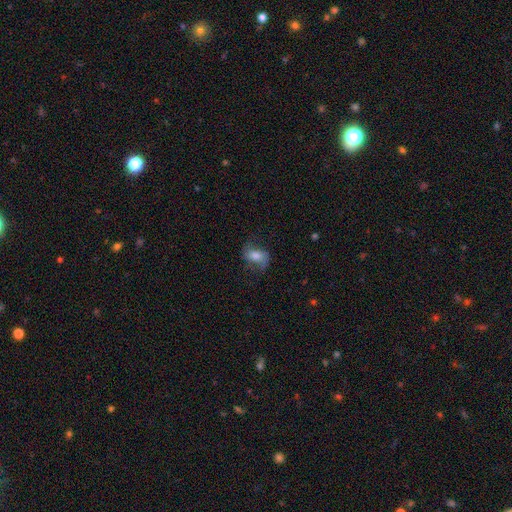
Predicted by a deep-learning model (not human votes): This appears to be a smooth galaxy with no disk features (51%) that is in between round and cigar-shaped (76%). Merging: none (61%).